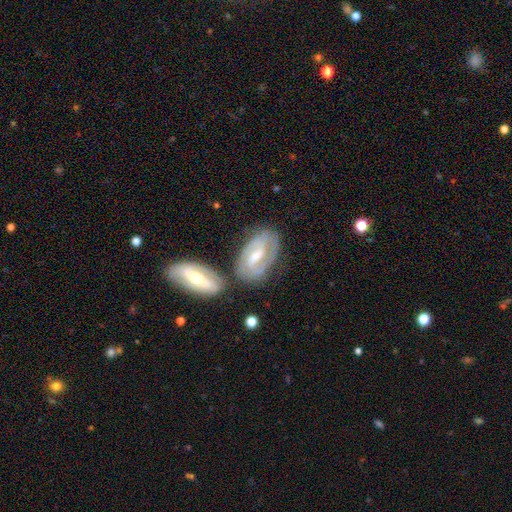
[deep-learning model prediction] smooth-or-featured: featured or disk: 83% | smooth: 12% | star or artifact: 5%
  disk-edge-on: no: 94% | yes: 6%
    bar: weak: 44% | strong: 41% | no: 15%
    has-spiral-arms: yes: 94% | no: 6%
      spiral-winding: tight: 44% (tied) | medium: 44% (tied) | loose: 12%
      spiral-arm-count: 2: 82% | can't tell: 9% | 3: 3% | 1: 3% | 4: 1% | more than 4: 1%
    bulge-size: moderate: 47% | small: 45% | none: 3% | large: 3% | dominant: 1%
  merging: none: 66% | minor disturbance: 15% | merger: 14% | major disturbance: 5%